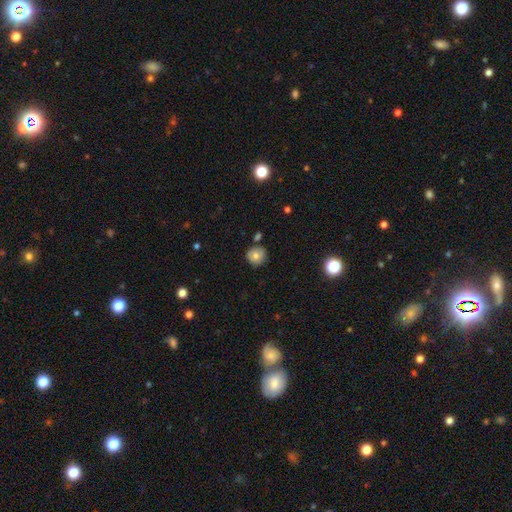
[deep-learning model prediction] Smooth or featured?
  - smooth: 69% *
  - featured or disk: 20%
  - star or artifact: 11%
How rounded?
  - round: 91% *
  - in between: 8%
  - cigar-shaped: 1%
Merging?
  - none: 78% *
  - minor disturbance: 14%
  - merger: 6%
  - major disturbance: 3%